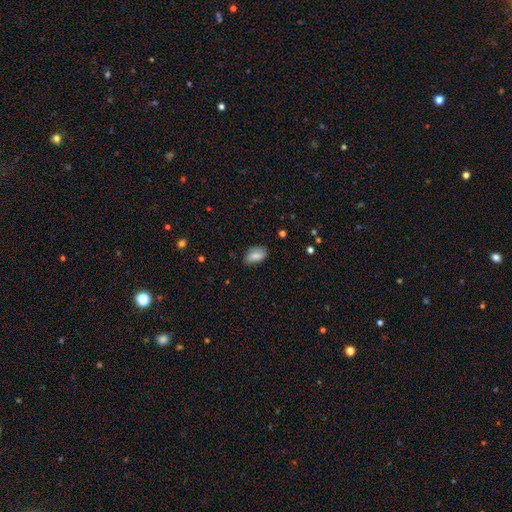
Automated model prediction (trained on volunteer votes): Smooth or featured: smooth — 77% (featured or disk — 15%)
How rounded: in between — 92% (round — 6%)
Merging: none — 73% (minor disturbance — 21%)